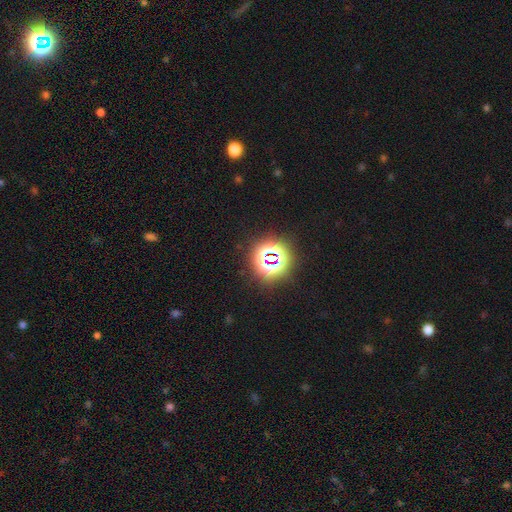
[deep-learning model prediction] The model was most divided on "smooth or featured": star or artifact: 76%, smooth: 17%, featured or disk: 7%.